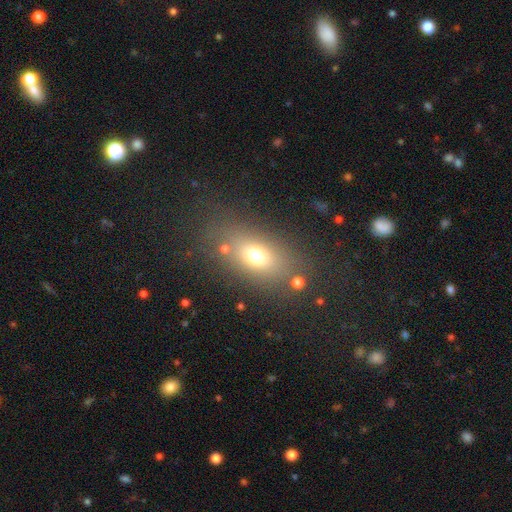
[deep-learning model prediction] Smooth or featured? Predicted: smooth (p=0.68). How rounded? Predicted: in between (p=0.72). Merging? Predicted: none (p=0.73).